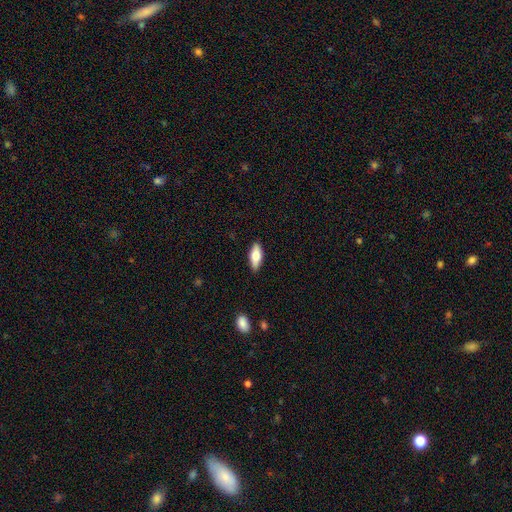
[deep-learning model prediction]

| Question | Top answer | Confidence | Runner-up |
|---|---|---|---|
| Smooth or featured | smooth | 70% | featured or disk (24%) |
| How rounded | in between | 75% | cigar-shaped (23%) |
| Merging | none | 87% | minor disturbance (10%) |